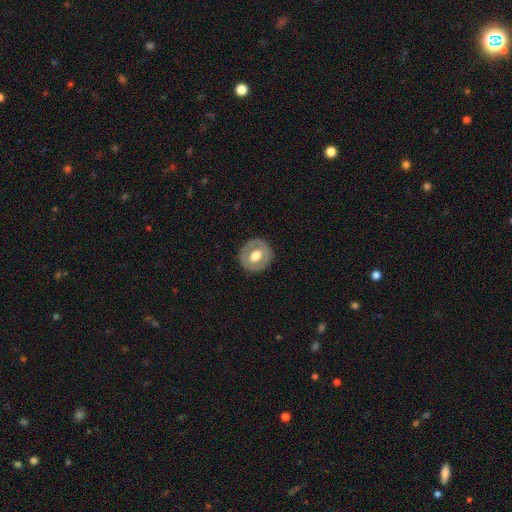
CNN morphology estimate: Smooth or featured: smooth — 48% (featured or disk — 46%)
Merging: none — 86% (minor disturbance — 10%)